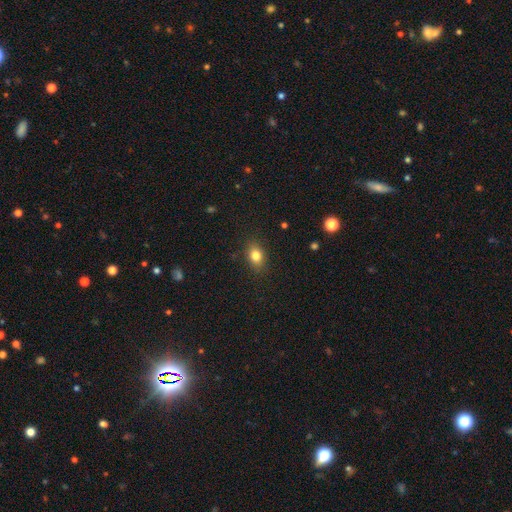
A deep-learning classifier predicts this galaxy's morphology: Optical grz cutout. It shows a smooth galaxy with no disk features (82%) that is in between round and cigar-shaped (72%). Merging: none (86%).